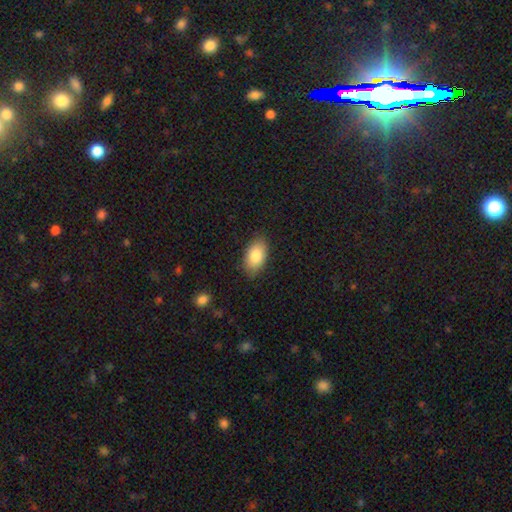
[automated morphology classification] A smooth galaxy with no disk features (84%) that is in between round and cigar-shaped (94%).

Vote fractions:
- Smooth or featured? smooth: 84% / featured or disk: 10% / star or artifact: 7%
- How rounded? in between: 94% / round: 4% / cigar-shaped: 2%
- Merging? none: 84% / minor disturbance: 12% / major disturbance: 3% / merger: 1%